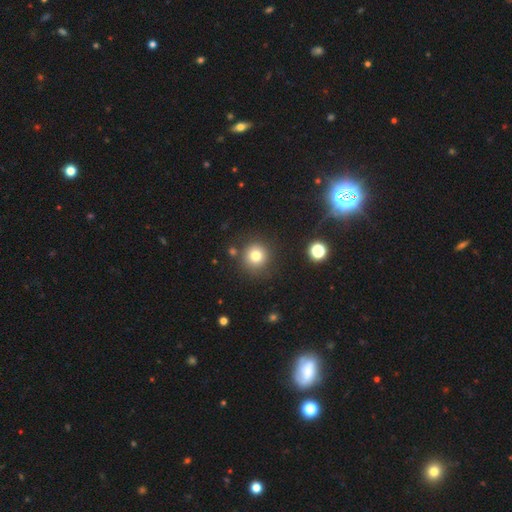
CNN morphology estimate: type=smooth (80%); roundness=round (94%); merging=none (84%).